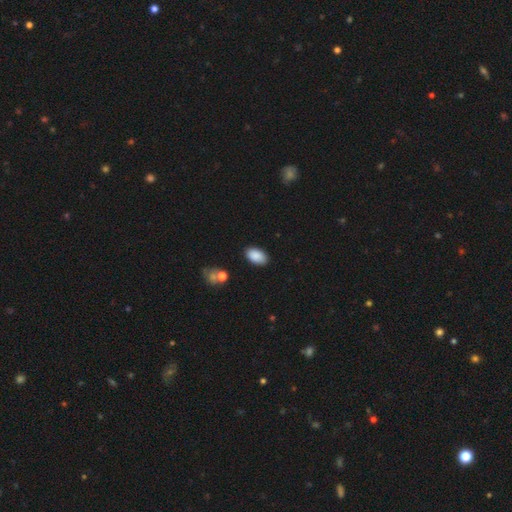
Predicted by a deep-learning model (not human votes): Smooth or featured?
  - smooth: 88% *
  - star or artifact: 8%
  - featured or disk: 5%
How rounded?
  - in between: 94% *
  - round: 4%
  - cigar-shaped: 2%
Merging?
  - none: 85% *
  - minor disturbance: 10%
  - major disturbance: 2%
  - merger: 2%